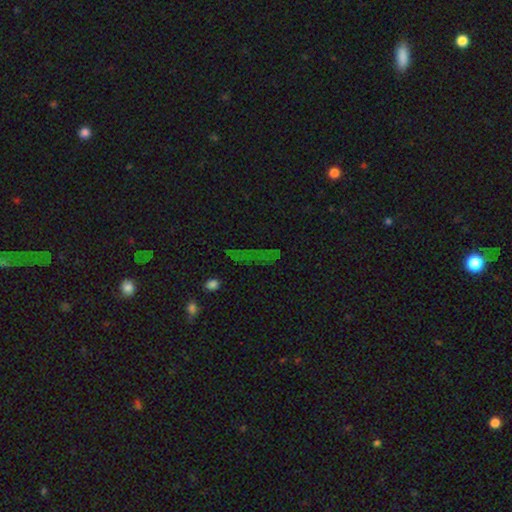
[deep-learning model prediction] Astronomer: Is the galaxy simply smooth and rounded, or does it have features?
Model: star or artifact — 61%.